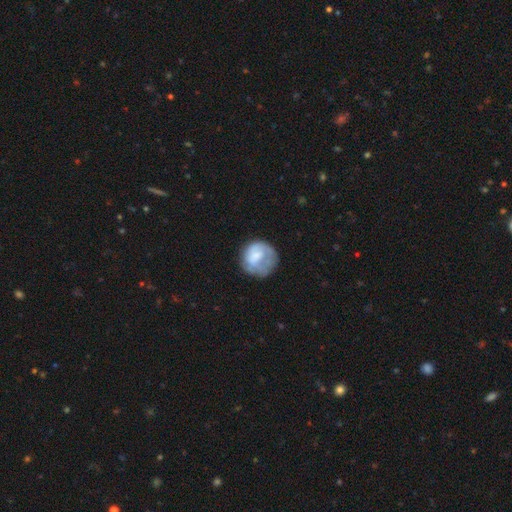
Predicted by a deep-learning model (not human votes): A smooth galaxy with no disk features (59%) that is round (83%). Merging: none (52%).